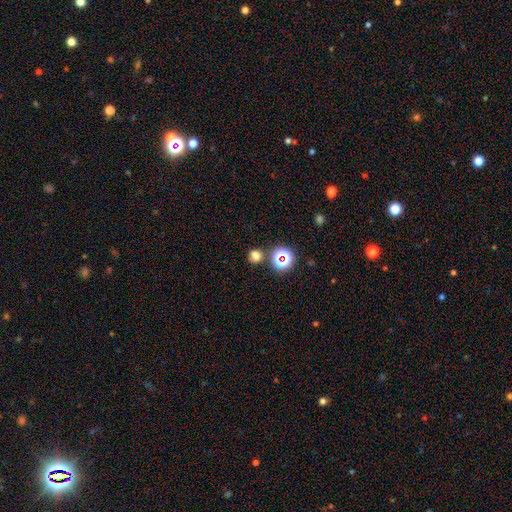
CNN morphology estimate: Q: Smooth or featured?
A: smooth (65%); runner-up: star or artifact (29%)
Q: How rounded?
A: round (76%); runner-up: in between (23%)
Q: Merging?
A: none (69%); runner-up: merger (13%)